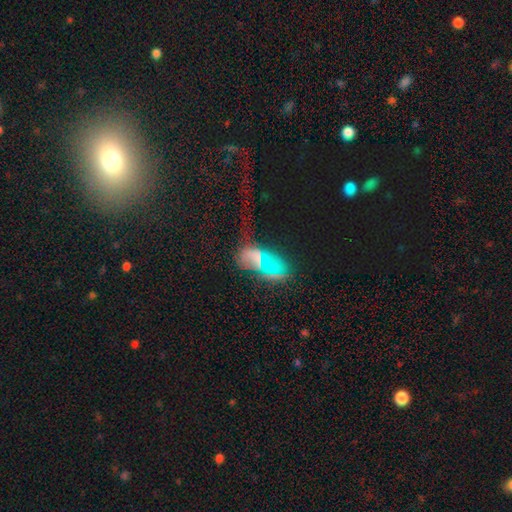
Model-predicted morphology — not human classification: Smooth or featured? smooth (43%)
Merging? none (55%)